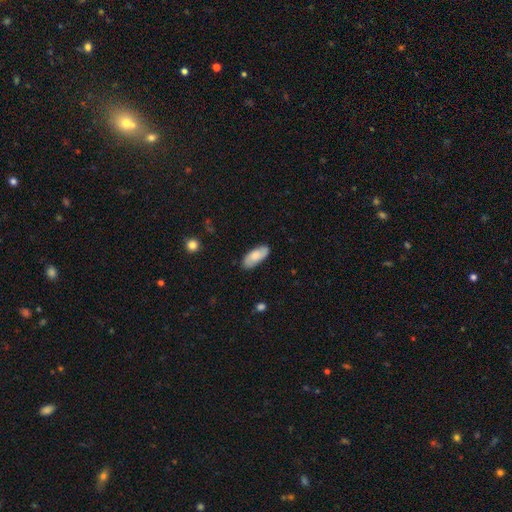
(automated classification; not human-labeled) smooth-or-featured: smooth: 69% | featured or disk: 24% | star or artifact: 6%
  how-rounded: in between: 83% | cigar-shaped: 15% | round: 2%
  merging: none: 83% | minor disturbance: 13% | major disturbance: 2% | merger: 1%